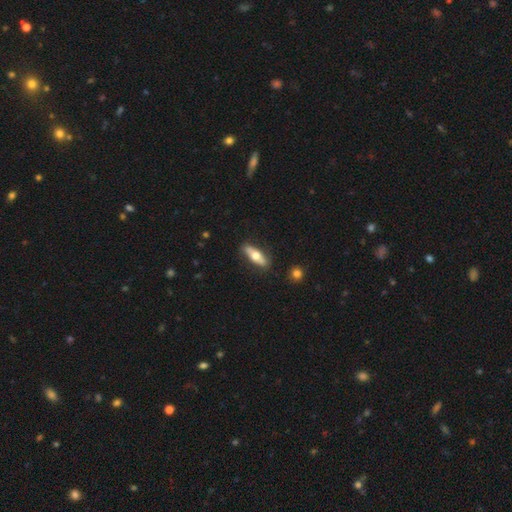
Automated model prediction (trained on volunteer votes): This is possibly a smooth galaxy (53%). How rounded: possibly in between (53%). Merging: clearly none (83%).